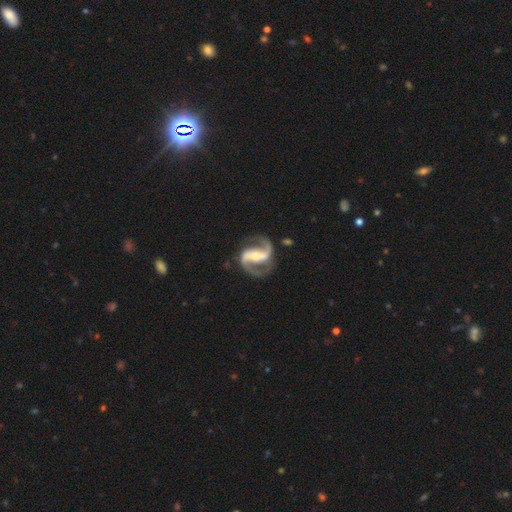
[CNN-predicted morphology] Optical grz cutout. It shows a featured or disk galaxy (93%) with a strong bar (60%), 2 (94%) medium (59%) spiral arms (98%) and a moderate central bulge (48%). Merging: none (81%).